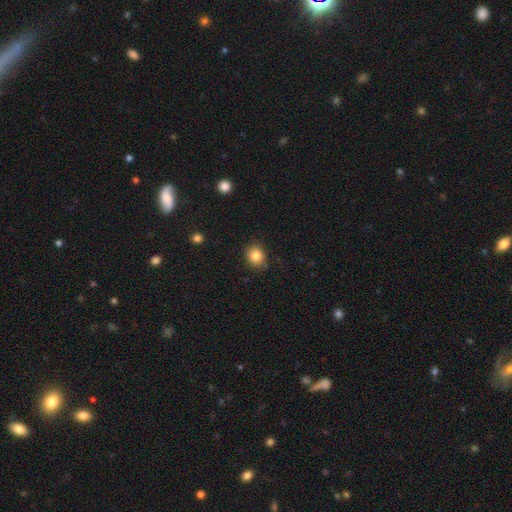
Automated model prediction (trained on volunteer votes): Smooth or featured: smooth — 84% (star or artifact — 10%)
How rounded: round — 68% (in between — 31%)
Merging: none — 86% (minor disturbance — 11%)